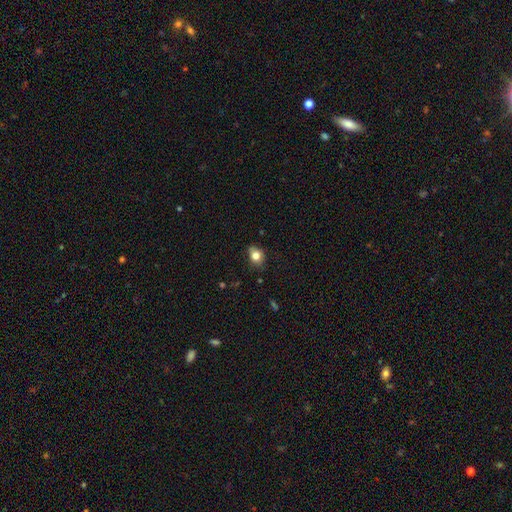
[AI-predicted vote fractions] A smooth galaxy with no disk features (78%) that is in between round and cigar-shaped (55%). Merging: none (74%).